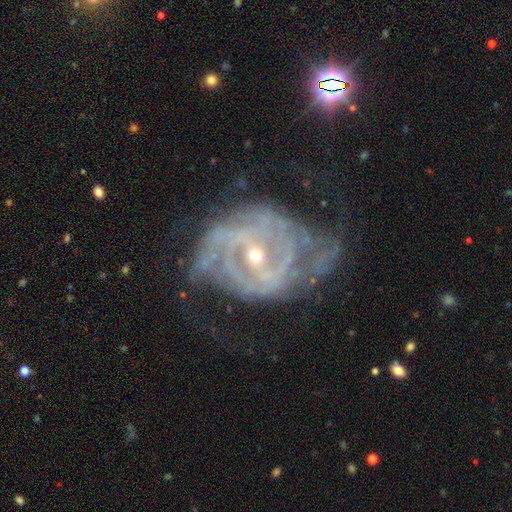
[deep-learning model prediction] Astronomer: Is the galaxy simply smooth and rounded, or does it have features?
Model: featured or disk — 88%.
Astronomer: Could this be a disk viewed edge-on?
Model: no — 97%.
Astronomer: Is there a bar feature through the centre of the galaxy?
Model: weak — 38% (runner-up: strong, 32%).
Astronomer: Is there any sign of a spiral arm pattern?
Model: yes — 93%.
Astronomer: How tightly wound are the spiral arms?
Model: tight — 57% (runner-up: medium, 33%).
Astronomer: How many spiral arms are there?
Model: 2 — 38% (runner-up: can't tell, 27%).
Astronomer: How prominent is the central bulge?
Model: small — 68%.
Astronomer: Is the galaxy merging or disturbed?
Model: none — 46% (runner-up: minor disturbance, 26%).